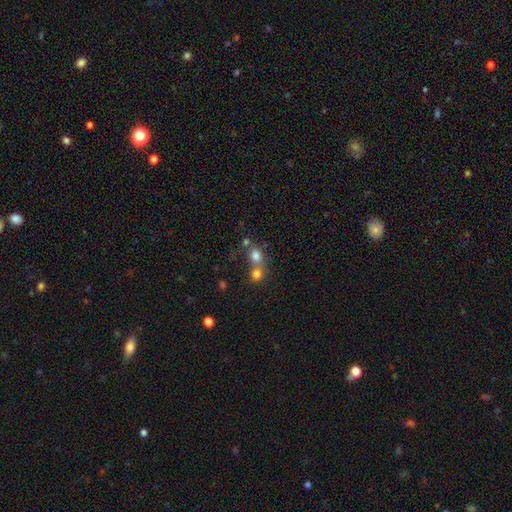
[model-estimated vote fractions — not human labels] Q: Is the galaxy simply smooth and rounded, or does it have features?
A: smooth — 77%.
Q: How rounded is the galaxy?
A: round — 68%.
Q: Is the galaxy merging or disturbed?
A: merger — 54%.